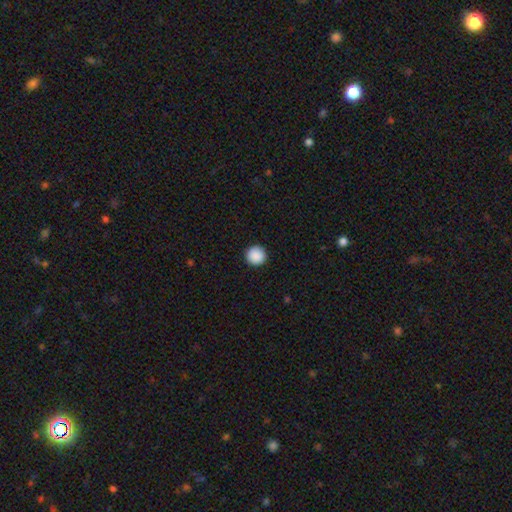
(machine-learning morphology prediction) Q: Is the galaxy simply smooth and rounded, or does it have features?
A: smooth — 89%.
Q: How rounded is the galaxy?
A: round — 96%.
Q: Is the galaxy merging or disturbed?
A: none — 93%.